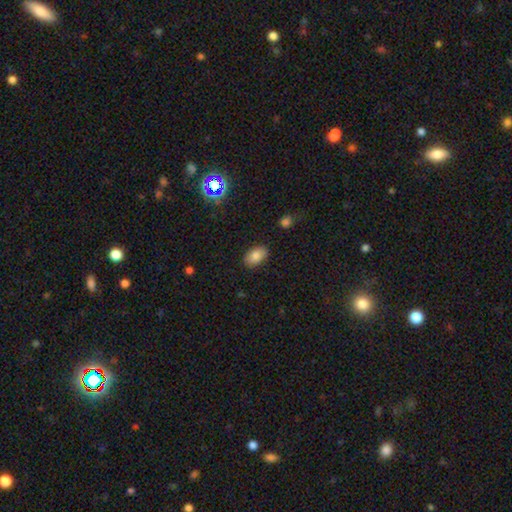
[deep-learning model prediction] Smooth or featured: smooth — 83% (star or artifact — 9%)
How rounded: in between — 92% (round — 7%)
Merging: none — 87% (minor disturbance — 10%)